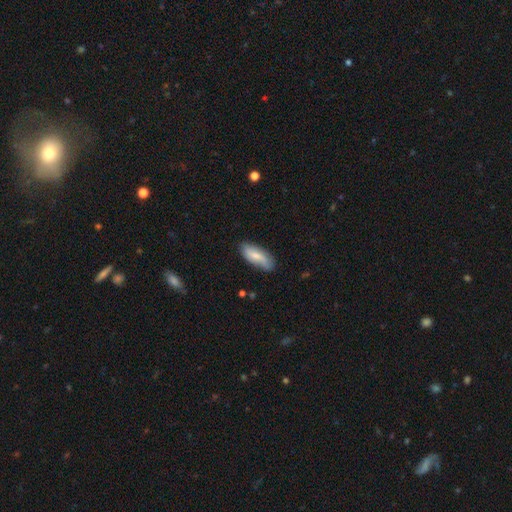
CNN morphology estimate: This appears to be a smooth galaxy with no disk features (63%) that is in between round and cigar-shaped (79%). Merging: none (74%).